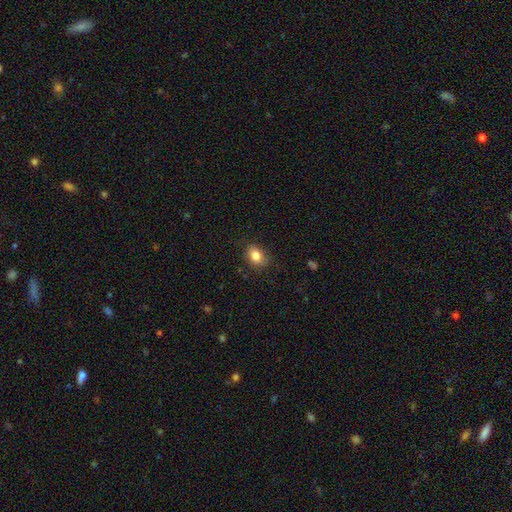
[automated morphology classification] smooth_or_featured: smooth (p=0.84) [alt: star or artifact p=0.09]
how_rounded: in between (p=0.70) [alt: round p=0.28]
merging: none (p=0.80) [alt: minor disturbance p=0.15]